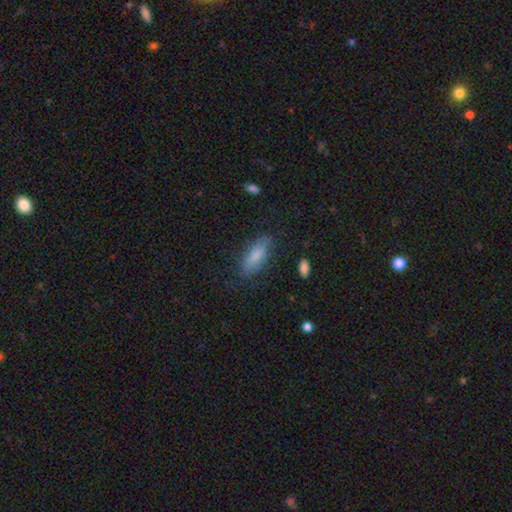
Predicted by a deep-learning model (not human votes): smooth 78%, featured or disk 15%, star or artifact 7%. Down the decision tree: how rounded — in between (70%); merging — none (77%).